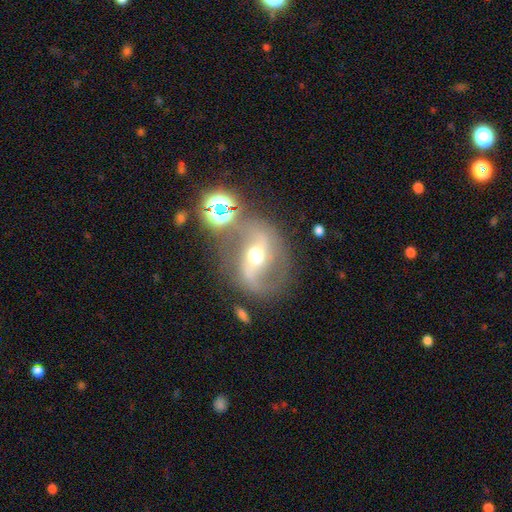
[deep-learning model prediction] Smooth or featured?
  - featured or disk: 78% *
  - smooth: 12%
  - star or artifact: 10%
Edge-on disk?
  - no: 95% *
  - yes: 5%
Bar?
  - strong: 42% *
  - weak: 35%
  - no: 23%
Spiral arms?
  - yes: 87% *
  - no: 13%
Spiral winding?
  - loose: 47% *
  - medium: 42%
  - tight: 11%
Spiral arm count?
  - 2: 88% *
  - can't tell: 4%
  - 1: 4%
  - 3: 1%
  - more than 4: 1%
  - 4: 1%
Bulge size?
  - moderate: 72% *
  - small: 17%
  - large: 9%
  - dominant: 2%
  - none: 1%
Merging?
  - none: 69% *
  - minor disturbance: 15%
  - major disturbance: 9%
  - merger: 8%